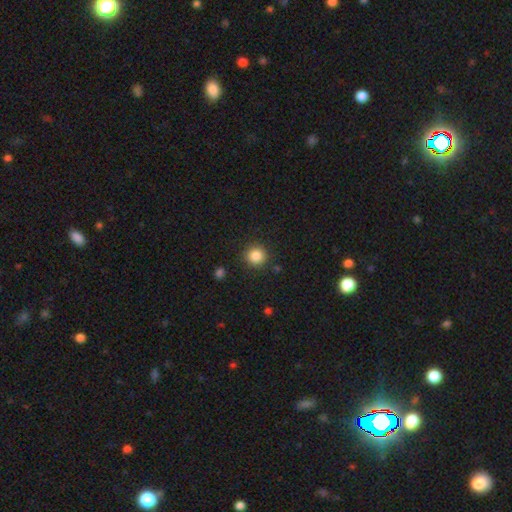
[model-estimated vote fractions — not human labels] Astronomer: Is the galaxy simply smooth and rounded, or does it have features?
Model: smooth — 85%.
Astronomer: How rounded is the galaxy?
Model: round — 94%.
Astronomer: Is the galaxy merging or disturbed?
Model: none — 90%.